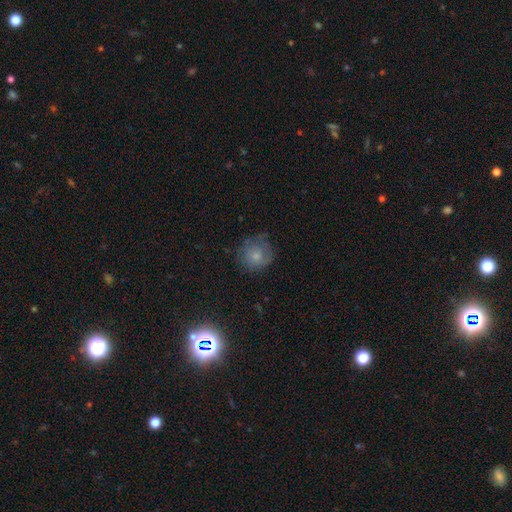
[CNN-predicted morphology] Smooth or featured? smooth (76%)
How rounded? round (90%)
Merging? none (66%)